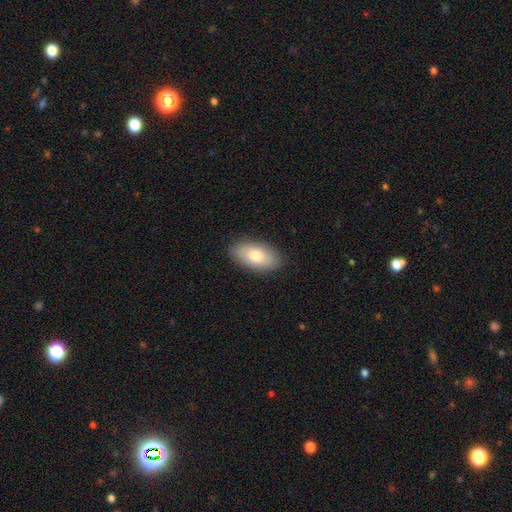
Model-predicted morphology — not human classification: A smooth galaxy with no disk features (76%) that is in between round and cigar-shaped (92%).

Vote fractions:
- Smooth or featured? smooth: 76% / featured or disk: 18% / star or artifact: 6%
- How rounded? in between: 92% / cigar-shaped: 5% / round: 3%
- Merging? none: 87% / minor disturbance: 10% / major disturbance: 2% / merger: 1%